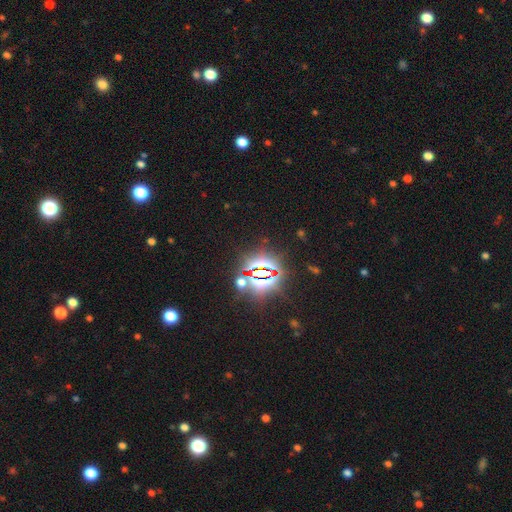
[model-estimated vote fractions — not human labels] Morphology: type=star or artifact (86%).